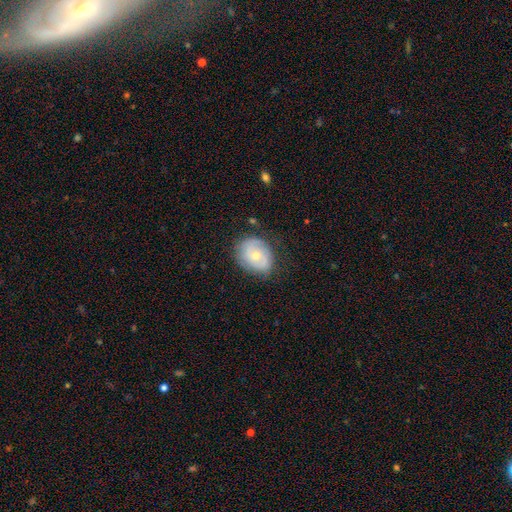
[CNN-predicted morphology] type=featured or disk (52%); edge-on=no (96%); merging=none (70%).